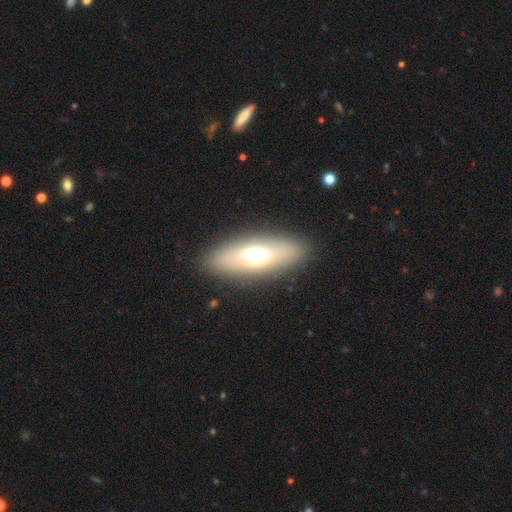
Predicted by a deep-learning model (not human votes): Smooth or featured?
  - smooth: 56% *
  - featured or disk: 33%
  - star or artifact: 10%
How rounded?
  - in between: 66% *
  - cigar-shaped: 28%
  - round: 6%
Merging?
  - none: 88% *
  - minor disturbance: 7%
  - major disturbance: 3%
  - merger: 1%